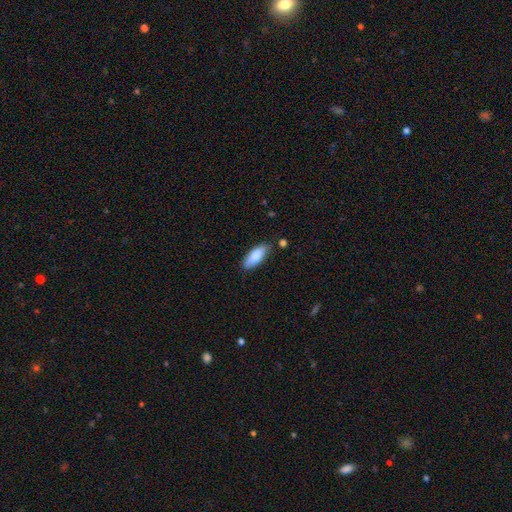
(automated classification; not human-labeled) Smooth or featured?
  - smooth: 85% *
  - featured or disk: 9%
  - star or artifact: 6%
How rounded?
  - in between: 75% *
  - cigar-shaped: 24%
  - round: 2%
Merging?
  - none: 80% *
  - minor disturbance: 14%
  - merger: 3%
  - major disturbance: 3%